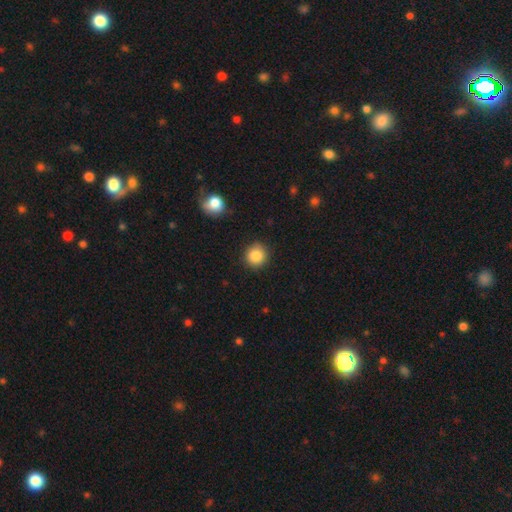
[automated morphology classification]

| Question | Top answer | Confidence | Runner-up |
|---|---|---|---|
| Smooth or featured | smooth | 85% | star or artifact (9%) |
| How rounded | round | 92% | in between (7%) |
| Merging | none | 89% | minor disturbance (7%) |